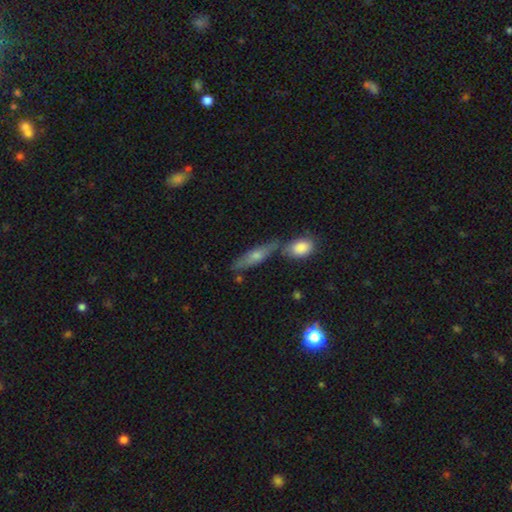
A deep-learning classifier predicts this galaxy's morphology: A smooth galaxy with no disk features (55%) that is cigar-shaped (57%).

Vote fractions:
- Smooth or featured? smooth: 55% / featured or disk: 37% / star or artifact: 8%
- How rounded? cigar-shaped: 57% / in between: 38% / round: 4%
- Merging? none: 54% / merger: 27% / minor disturbance: 14% / major disturbance: 5%